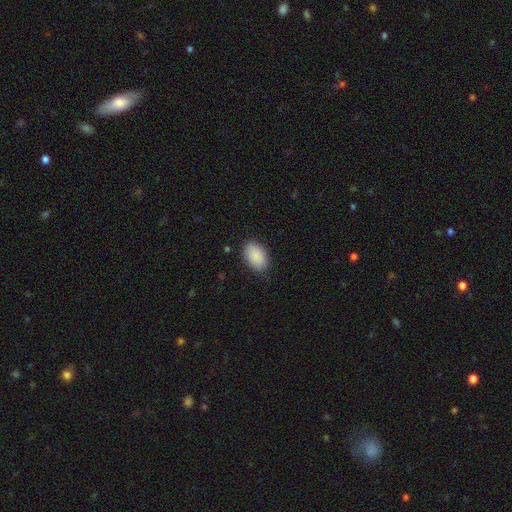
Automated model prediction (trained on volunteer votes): This appears to be a smooth galaxy with no disk features (90%) that is in between round and cigar-shaped (92%). Merging: none (86%).